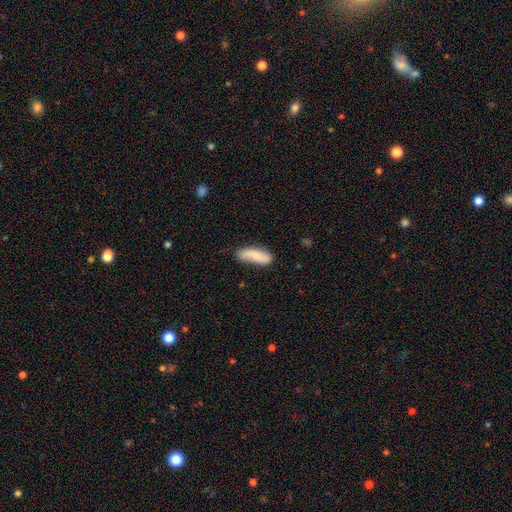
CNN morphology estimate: This appears to be a smooth galaxy with no disk features (72%) that is in between round and cigar-shaped (60%). Merging: none (63%).